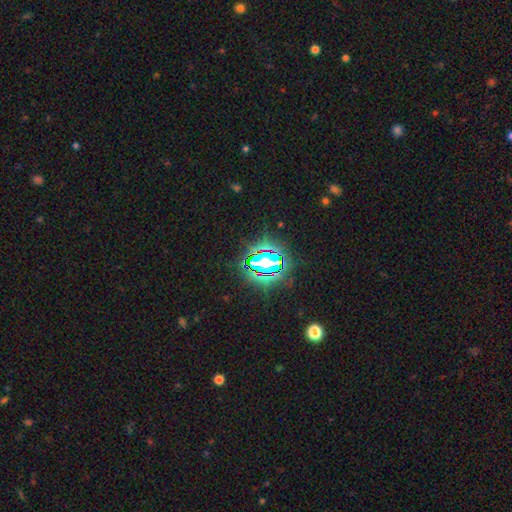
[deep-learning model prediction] This appears to be a star or artifact, not a galaxy (79%).